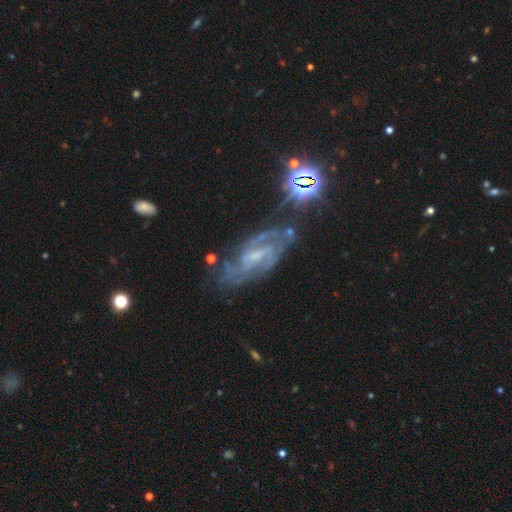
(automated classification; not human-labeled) A featured or disk galaxy (82%) with a weak bar (53%), 2 (46%) medium (47%) spiral arms (96%) and a small central bulge (55%).

Vote fractions:
- Smooth or featured? featured or disk: 82% / star or artifact: 11% / smooth: 7%
- Edge-on disk? no: 94% / yes: 6%
- Bar? weak: 53% / no: 25% / strong: 21%
- Spiral arms? yes: 96% / no: 4%
- Spiral winding? medium: 47% / tight: 41% / loose: 12%
- Spiral arm count? 2: 46% / can't tell: 22% / 3: 18% / 4: 6% / 1: 4% / more than 4: 4%
- Bulge size? small: 55% / moderate: 25% / none: 17% / large: 2% / dominant: 1%
- Merging? none: 68% / minor disturbance: 19% / major disturbance: 9% / merger: 4%